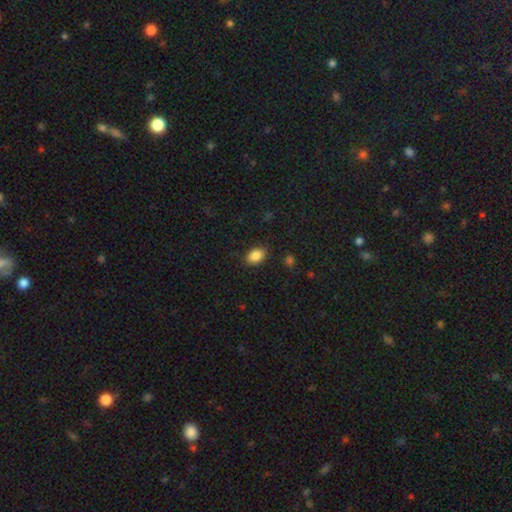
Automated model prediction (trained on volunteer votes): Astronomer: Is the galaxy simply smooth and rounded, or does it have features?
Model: smooth — 87%.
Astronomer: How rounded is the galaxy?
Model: in between — 83%.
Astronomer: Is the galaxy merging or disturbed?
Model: none — 85%.